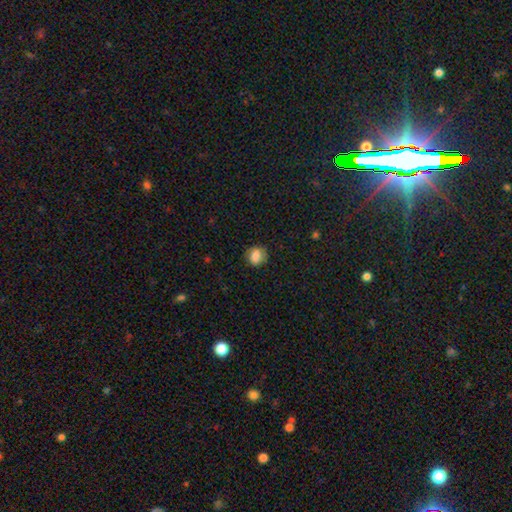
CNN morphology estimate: A smooth galaxy with no disk features (81%) that is round (69%). Merging: none (79%).